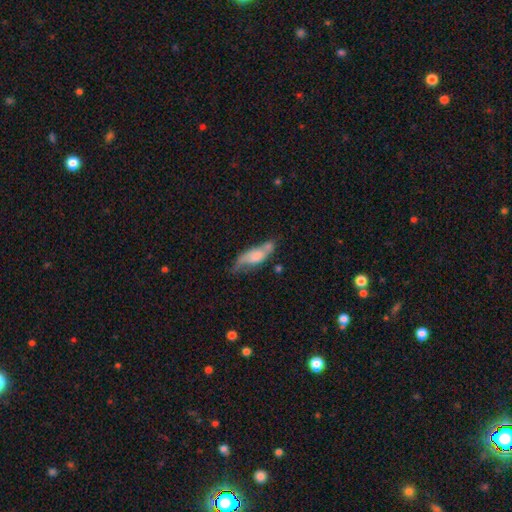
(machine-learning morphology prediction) A smooth galaxy with no disk features (53%) that is in between round and cigar-shaped (61%).

Vote fractions:
- Smooth or featured? smooth: 53% / featured or disk: 40% / star or artifact: 7%
- How rounded? in between: 61% / cigar-shaped: 36% / round: 3%
- Merging? none: 35% / minor disturbance: 31% / major disturbance: 19% / merger: 15%